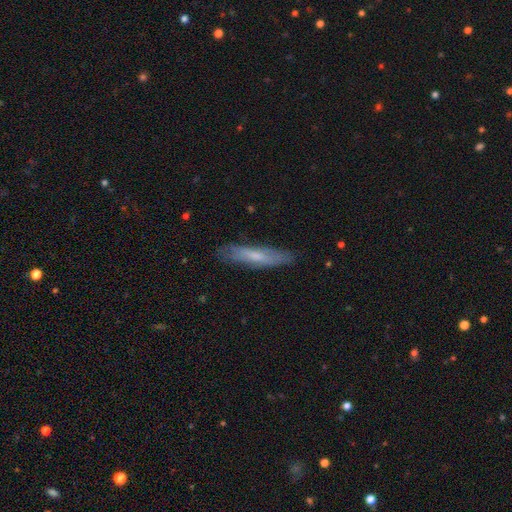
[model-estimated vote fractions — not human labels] A smooth galaxy with no disk features (53%) that is cigar-shaped (81%).

Vote fractions:
- Smooth or featured? smooth: 53% / featured or disk: 40% / star or artifact: 7%
- How rounded? cigar-shaped: 81% / in between: 18% / round: 1%
- Merging? none: 81% / minor disturbance: 14% / major disturbance: 3% / merger: 1%